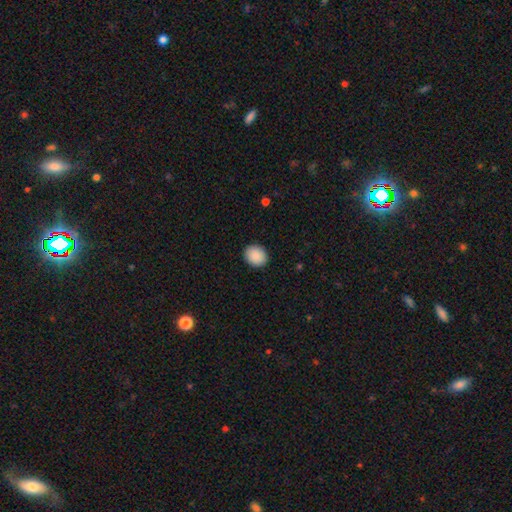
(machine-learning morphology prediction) Smooth or featured: smooth — 90% (star or artifact — 7%)
How rounded: round — 65% (in between — 34%)
Merging: none — 90% (minor disturbance — 7%)